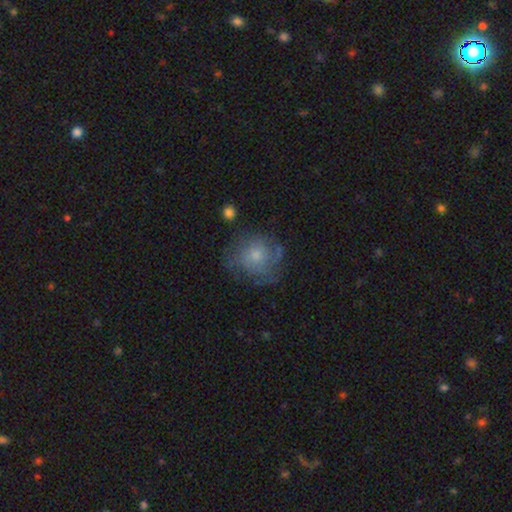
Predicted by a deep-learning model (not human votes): Overall: smooth (48%; featured or disk 42%). Merging: none (57%; minor disturbance 24%).